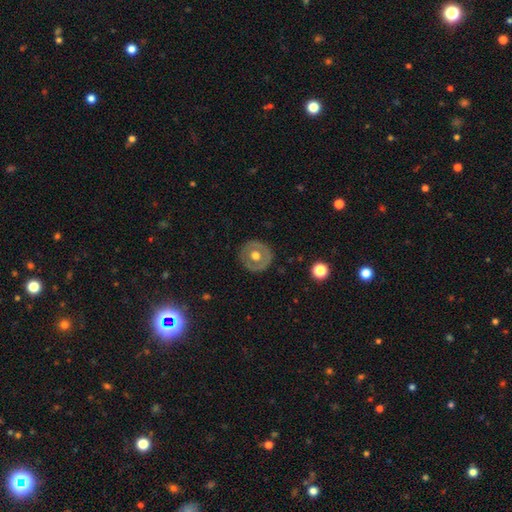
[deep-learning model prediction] A smooth galaxy with no disk features (48%). Merging: none (86%).